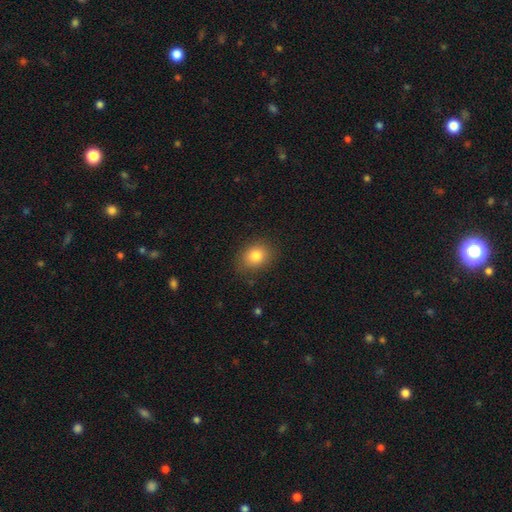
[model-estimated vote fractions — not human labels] Q: Smooth or featured?
A: smooth (81%); runner-up: star or artifact (10%)
Q: How rounded?
A: in between (52%); runner-up: round (47%)
Q: Merging?
A: none (83%); runner-up: minor disturbance (12%)